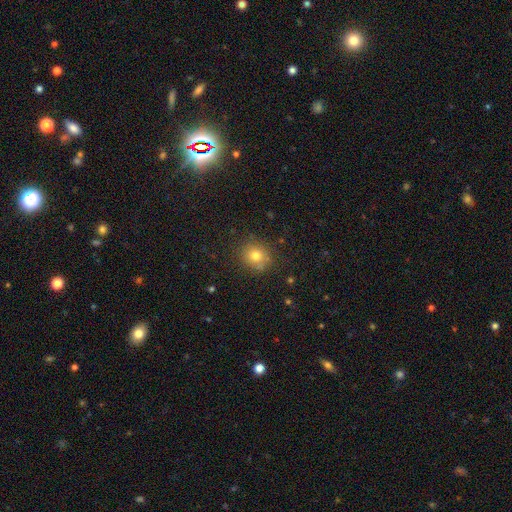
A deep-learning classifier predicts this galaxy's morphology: smooth-or-featured: smooth: 76% | star or artifact: 15% | featured or disk: 9%
  how-rounded: round: 87% | in between: 12% | cigar-shaped: 1%
  merging: none: 81% | minor disturbance: 11% | merger: 5% | major disturbance: 3%